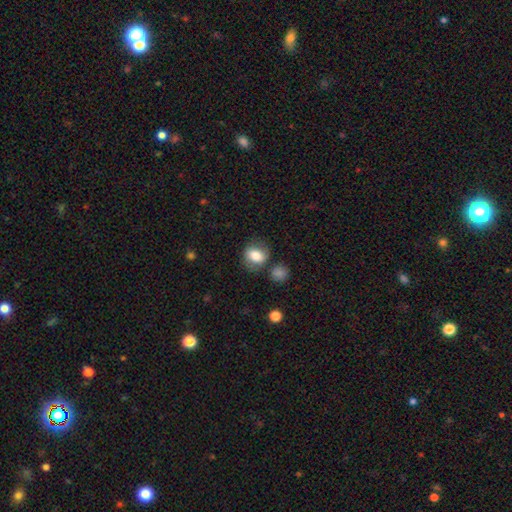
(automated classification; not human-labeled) Smooth or featured? Predicted: smooth (p=0.76). How rounded? Predicted: in between (p=0.53). Merging? Predicted: none (p=0.66).